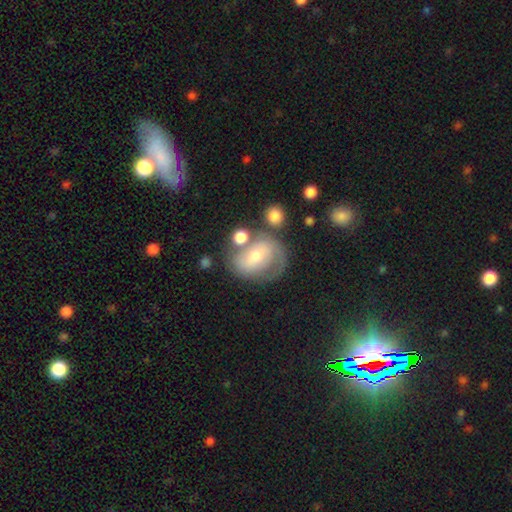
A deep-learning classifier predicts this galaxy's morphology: Q: Smooth or featured?
A: featured or disk (58%); runner-up: smooth (33%)
Q: Edge-on disk?
A: no (96%); runner-up: yes (4%)
Q: Bar?
A: weak (41%); runner-up: no (34%)
Q: Spiral arms?
A: yes (70%); runner-up: no (30%)
Q: Bulge size?
A: moderate (61%); runner-up: small (30%)
Q: Merging?
A: none (53%); runner-up: minor disturbance (20%)